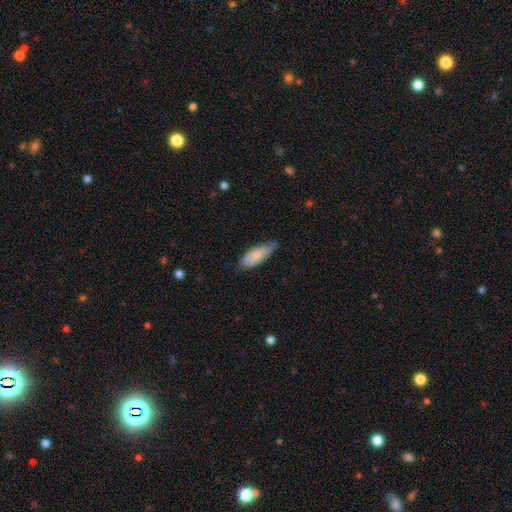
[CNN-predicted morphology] The model was most divided on "merging": none: 59%, minor disturbance: 35%, major disturbance: 5%, merger: 2%. More confident: smooth or featured — smooth (84%); how rounded — in between (74%).